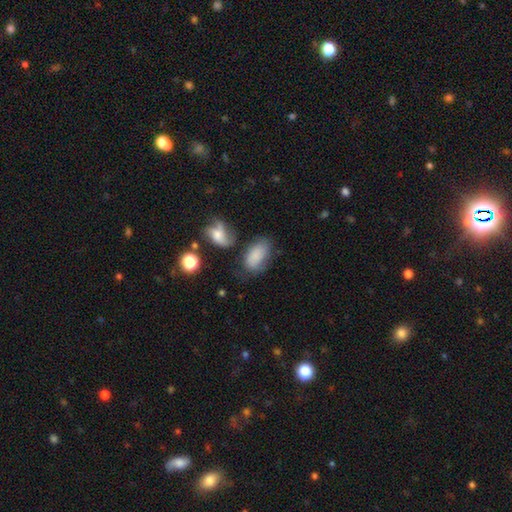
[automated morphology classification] smooth 78%, featured or disk 12%, star or artifact 9%. Down the decision tree: how rounded — in between (91%); merging — none (52%).